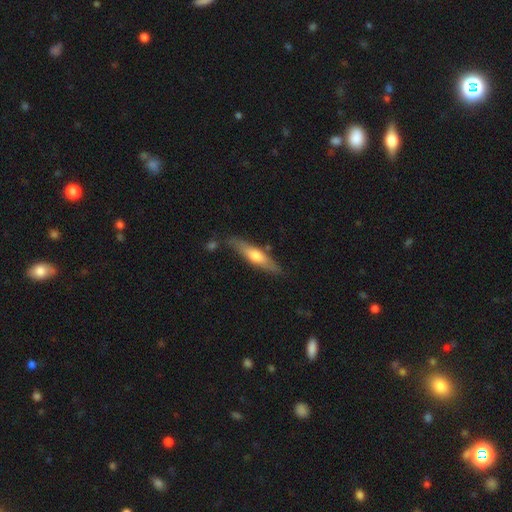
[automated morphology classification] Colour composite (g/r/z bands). It shows a smooth galaxy with no disk features (48%). Merging: none (78%).